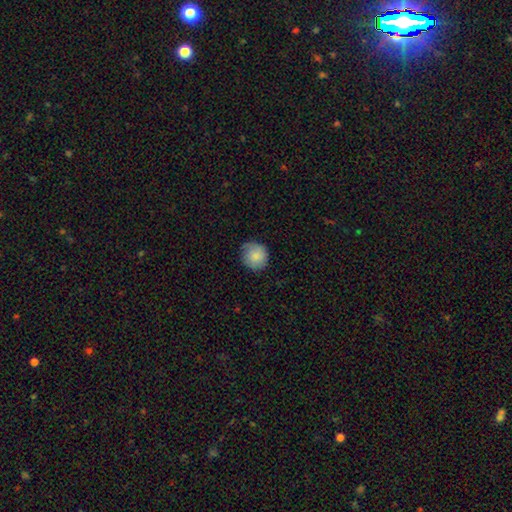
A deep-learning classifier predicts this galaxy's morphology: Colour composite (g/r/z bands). It shows a smooth galaxy with no disk features (84%) that is round (89%). Merging: none (75%).